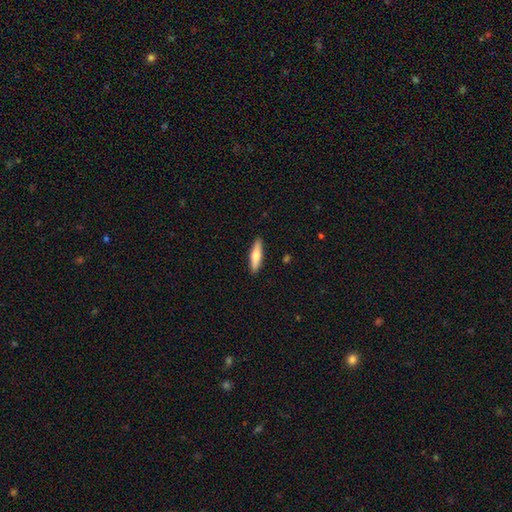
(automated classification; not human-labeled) Overall: smooth (65%; featured or disk 30%). How rounded: cigar-shaped (74%). Merging: none (90%).